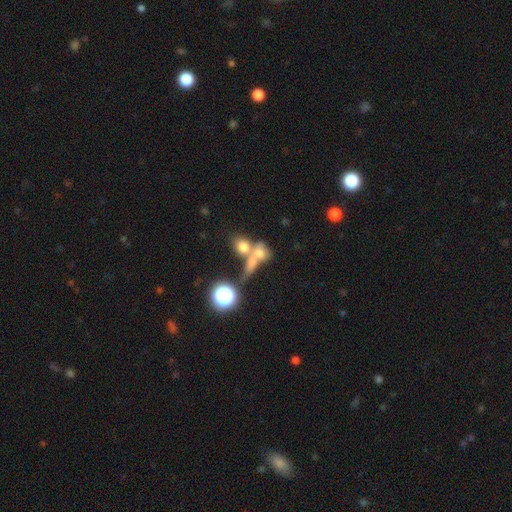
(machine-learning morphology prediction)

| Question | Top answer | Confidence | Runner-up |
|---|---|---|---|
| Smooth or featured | smooth | 62% | featured or disk (21%) |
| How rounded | round | 47% | in between (46%) |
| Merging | merger | 61% | none (25%) |